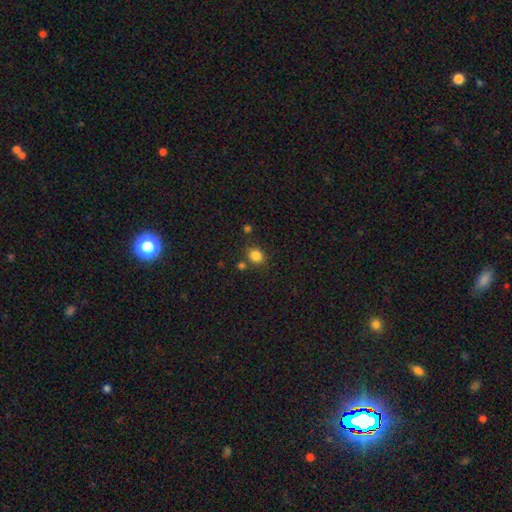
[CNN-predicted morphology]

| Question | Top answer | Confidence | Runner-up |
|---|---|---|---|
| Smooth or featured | smooth | 84% | star or artifact (12%) |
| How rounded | round | 69% | in between (30%) |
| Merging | none | 77% | minor disturbance (11%) |